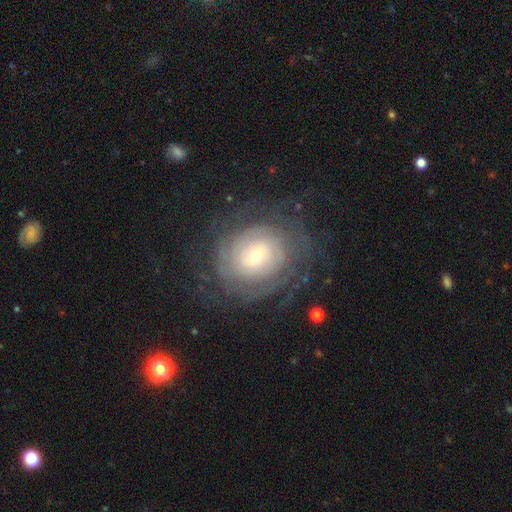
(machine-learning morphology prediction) Smooth or featured? featured or disk (75%)
Edge-on disk? no (97%)
Bar? no (63%)
Spiral arms? yes (86%)
Spiral winding? tight (77%)
Spiral arm count? can't tell (55%)
Bulge size? small (62%)
Merging? none (74%)